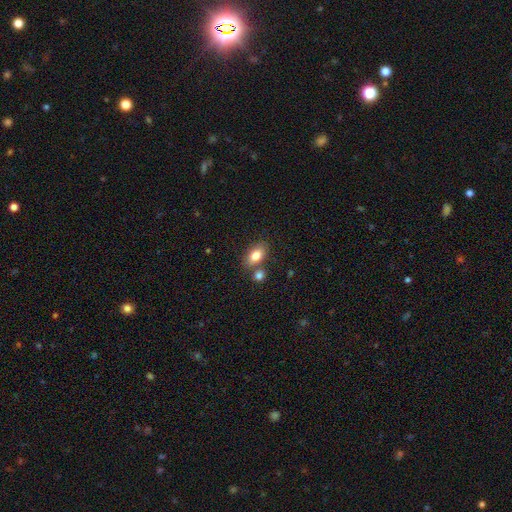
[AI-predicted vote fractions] Smooth or featured? smooth (80%)
How rounded? in between (86%)
Merging? none (65%)